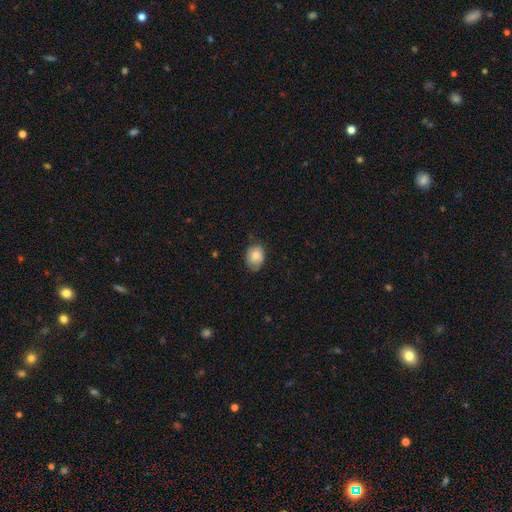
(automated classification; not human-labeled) Smooth or featured: smooth — 75% (featured or disk — 17%)
How rounded: in between — 66% (round — 33%)
Merging: none — 64% (minor disturbance — 28%)